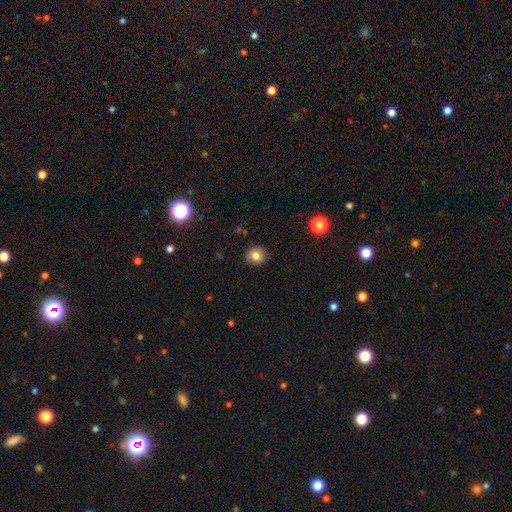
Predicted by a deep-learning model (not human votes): Overall: smooth (83%). How rounded: round (88%). Merging: none (90%).